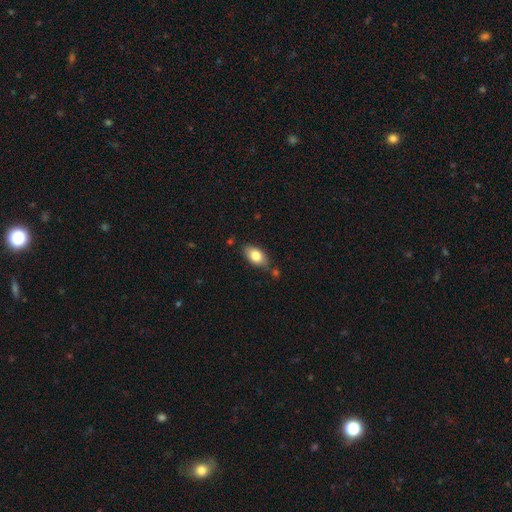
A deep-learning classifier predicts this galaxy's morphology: A smooth galaxy with no disk features (81%) that is in between round and cigar-shaped (92%).

Vote fractions:
- Smooth or featured? smooth: 81% / featured or disk: 12% / star or artifact: 7%
- How rounded? in between: 92% / round: 6% / cigar-shaped: 3%
- Merging? none: 76% / minor disturbance: 15% / merger: 6% / major disturbance: 3%